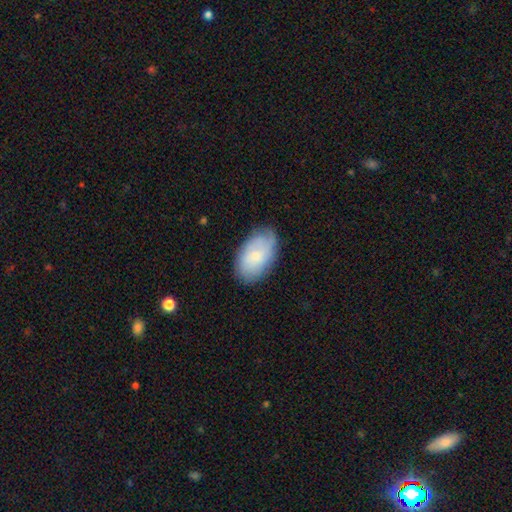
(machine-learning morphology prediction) A smooth galaxy with no disk features (65%) that is in between round and cigar-shaped (93%). Merging: none (75%).